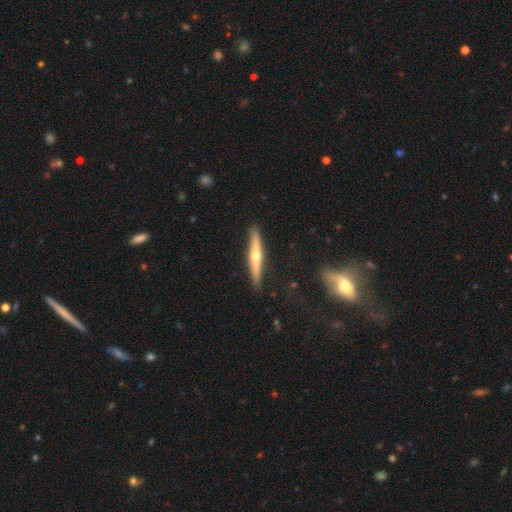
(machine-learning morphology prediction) Smooth or featured? Predicted: featured or disk (p=0.63). Edge-on disk? Predicted: yes (p=0.96). Edge-on bulge? Predicted: rounded (p=0.90). Merging? Predicted: none (p=0.90).